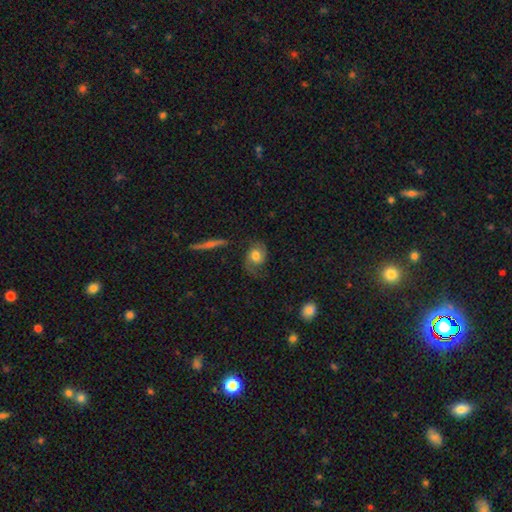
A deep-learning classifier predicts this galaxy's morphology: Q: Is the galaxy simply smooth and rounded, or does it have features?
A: featured or disk — 58%.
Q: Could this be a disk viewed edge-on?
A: no — 95%.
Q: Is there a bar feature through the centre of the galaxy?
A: no — 70%.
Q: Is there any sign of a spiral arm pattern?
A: yes — 90%.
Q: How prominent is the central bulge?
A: moderate — 62%.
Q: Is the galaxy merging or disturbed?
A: none — 64%.